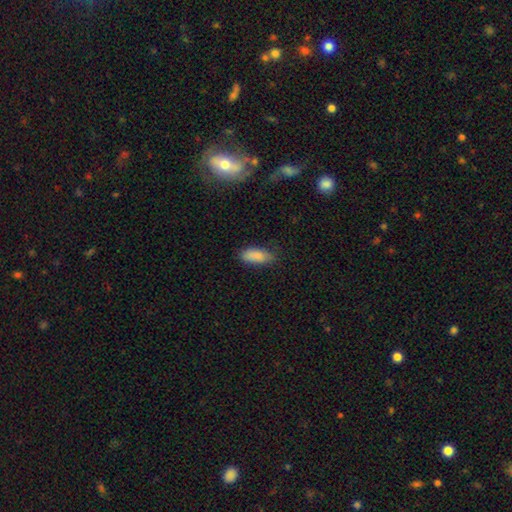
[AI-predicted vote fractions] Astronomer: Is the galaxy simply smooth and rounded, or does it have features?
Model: smooth — 87%.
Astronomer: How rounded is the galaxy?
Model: in between — 82%.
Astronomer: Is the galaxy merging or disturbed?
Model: none — 73%.